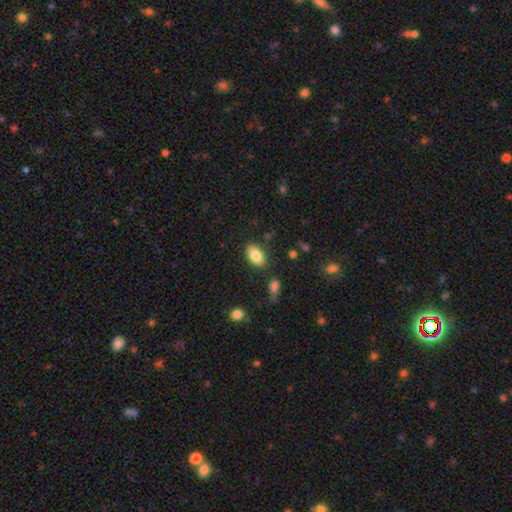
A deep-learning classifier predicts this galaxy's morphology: Overall: smooth (84%). How rounded: in between (92%). Merging: none (82%).